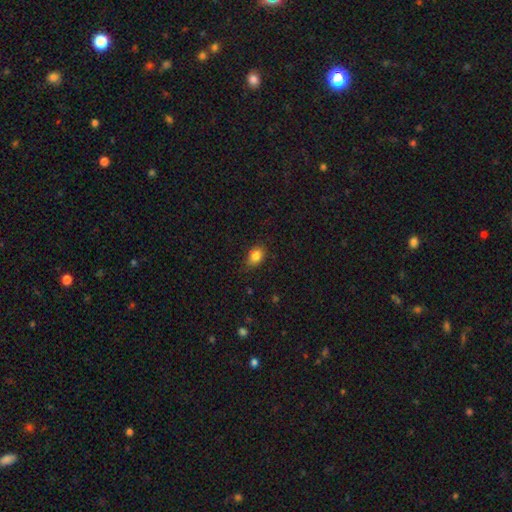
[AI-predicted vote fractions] Q: Smooth or featured?
A: smooth (84%); runner-up: star or artifact (10%)
Q: How rounded?
A: in between (68%); runner-up: round (30%)
Q: Merging?
A: none (73%); runner-up: minor disturbance (21%)